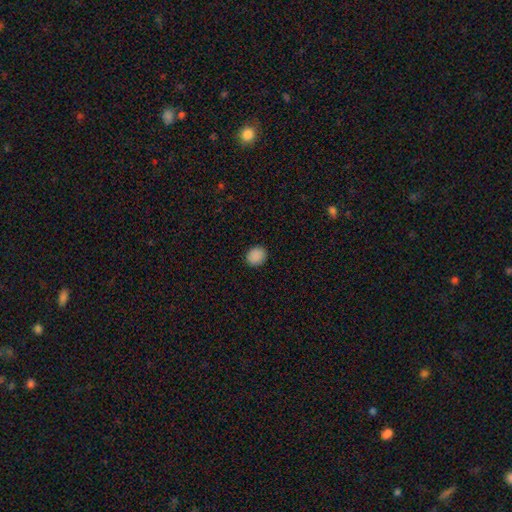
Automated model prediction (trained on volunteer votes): Q: Smooth or featured?
A: smooth (88%); runner-up: star or artifact (9%)
Q: How rounded?
A: round (66%); runner-up: in between (33%)
Q: Merging?
A: none (90%); runner-up: minor disturbance (7%)